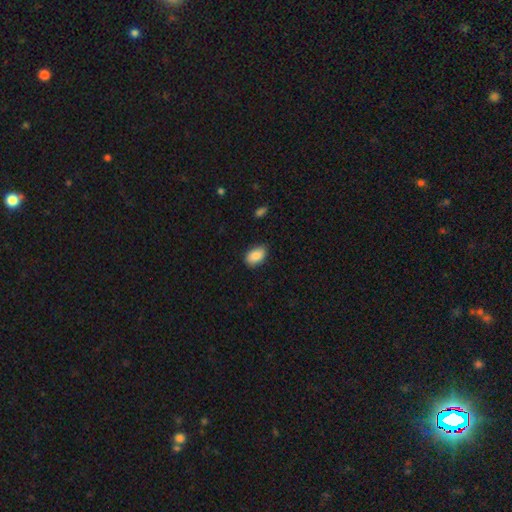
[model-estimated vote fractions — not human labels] smooth 88%, star or artifact 7%, featured or disk 5%. Down the decision tree: how rounded — in between (90%); merging — none (79%).